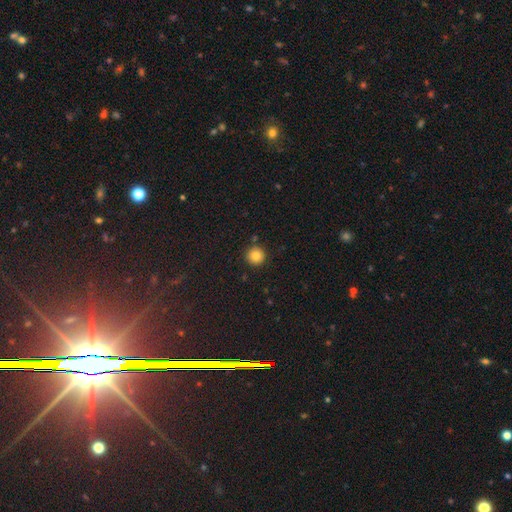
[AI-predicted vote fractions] Overall: smooth (84%). How rounded: round (95%). Merging: none (88%).